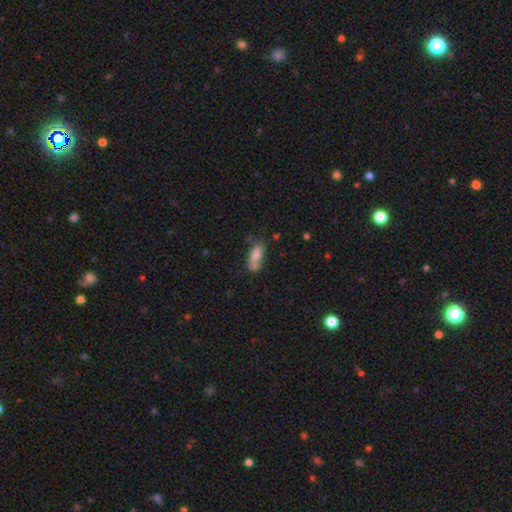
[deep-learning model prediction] The model was most divided on "merging": none: 51%, minor disturbance: 26%, merger: 14%, major disturbance: 9%. More confident: smooth or featured — smooth (78%); how rounded — in between (71%).